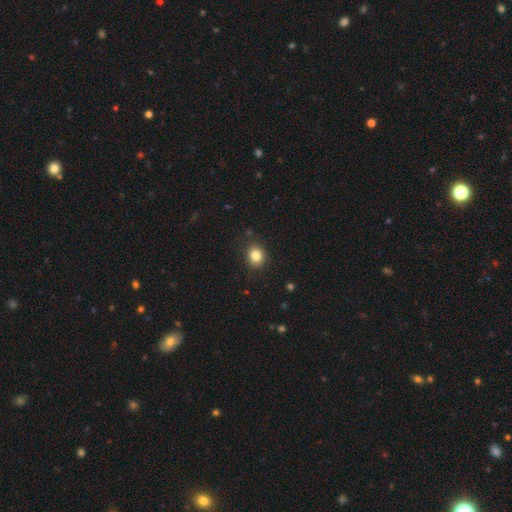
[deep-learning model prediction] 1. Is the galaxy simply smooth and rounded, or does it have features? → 84% smooth, 11% star or artifact, 6% featured or disk.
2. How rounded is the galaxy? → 67% round, 32% in between, 1% cigar-shaped.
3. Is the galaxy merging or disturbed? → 86% none, 10% minor disturbance, 3% major disturbance, 1% merger.